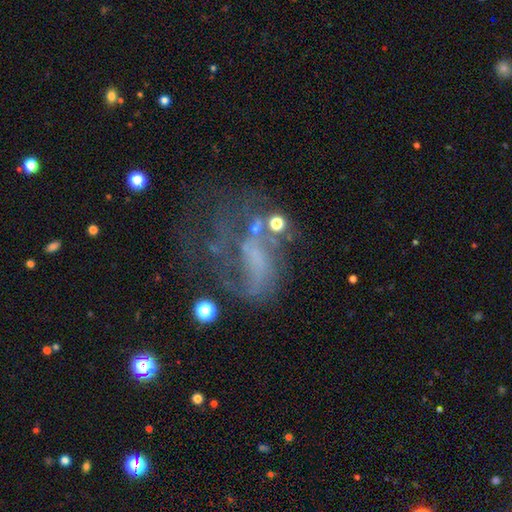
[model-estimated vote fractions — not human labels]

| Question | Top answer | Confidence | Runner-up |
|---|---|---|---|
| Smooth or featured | featured or disk | 63% | smooth (19%) |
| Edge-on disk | no | 96% | yes (4%) |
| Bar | no | 68% | weak (23%) |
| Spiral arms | no | 51% | yes (49%) |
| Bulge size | none | 65% | small (21%) |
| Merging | major disturbance | 45% | none (29%) |